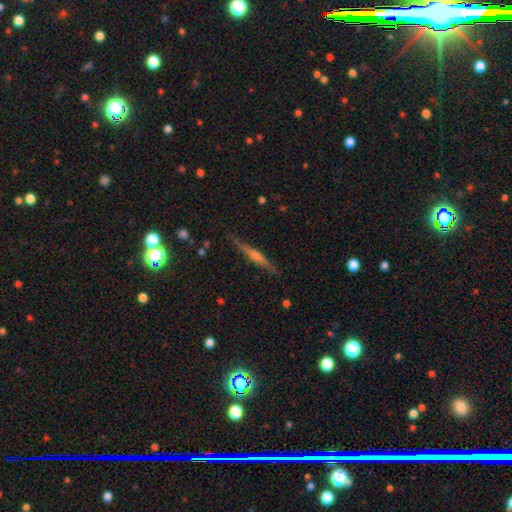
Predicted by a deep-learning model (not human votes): The model was most divided on "smooth or featured": featured or disk: 70%, smooth: 22%, star or artifact: 8%. More confident: edge-on disk — yes (98%); merging — none (88%); edge-on bulge — rounded (79%).